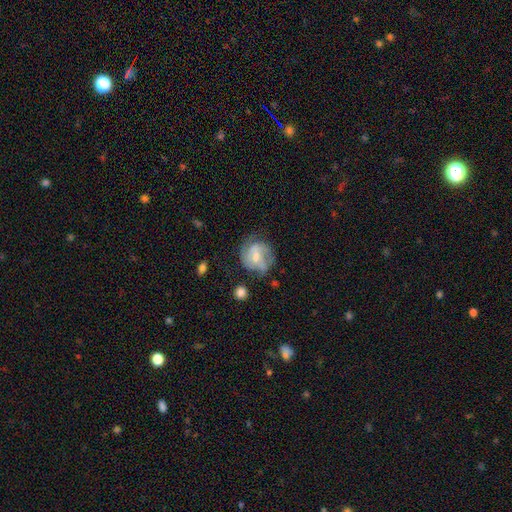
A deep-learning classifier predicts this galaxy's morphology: smooth-or-featured: featured or disk: 56% | smooth: 37% | star or artifact: 7%
  disk-edge-on: no: 97% | yes: 3%
    bar: weak: 49% | no: 36% | strong: 15%
    has-spiral-arms: yes: 73% | no: 27%
    bulge-size: moderate: 42% | small: 36% | none: 14% | large: 6% | dominant: 1%
  merging: none: 50% | minor disturbance: 26% | major disturbance: 19% | merger: 5%